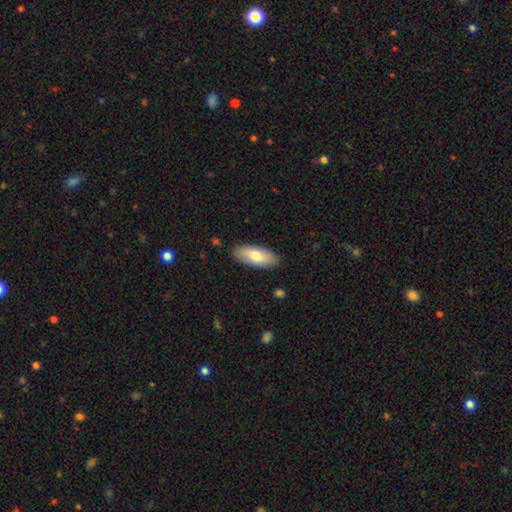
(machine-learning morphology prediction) Q: Smooth or featured?
A: smooth (73%); runner-up: featured or disk (21%)
Q: How rounded?
A: in between (82%); runner-up: cigar-shaped (16%)
Q: Merging?
A: none (88%); runner-up: minor disturbance (9%)